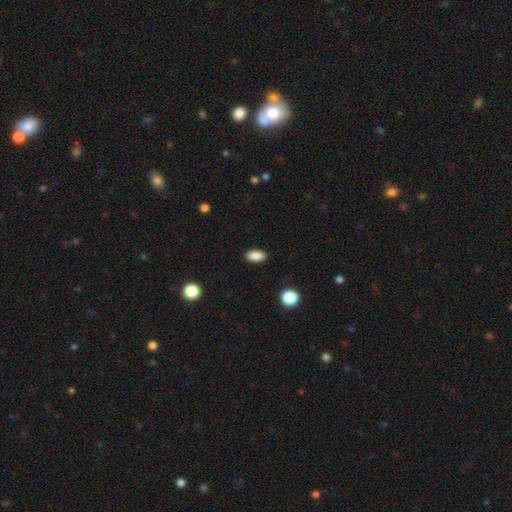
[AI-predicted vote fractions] Smooth or featured? Predicted: smooth (p=0.88). How rounded? Predicted: in between (p=0.91). Merging? Predicted: none (p=0.89).